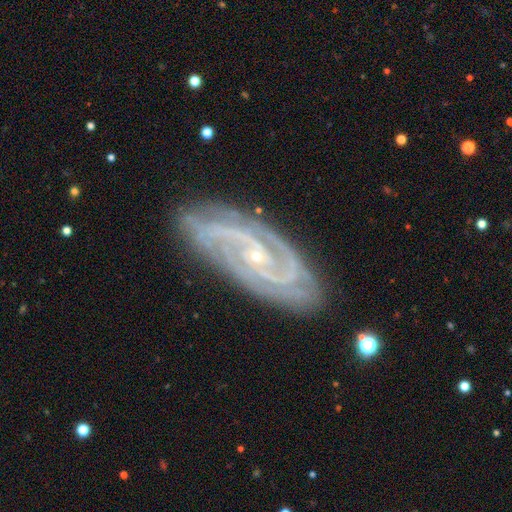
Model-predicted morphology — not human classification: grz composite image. It shows a featured or disk galaxy (91%) with no bar (54%), 2 (53%) tight (55%) spiral arms (98%) and a small central bulge (82%). Merging: none (81%).